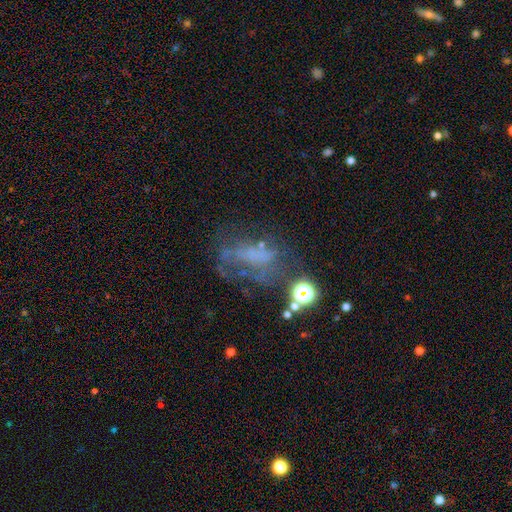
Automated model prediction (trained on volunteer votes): Smooth or featured? featured or disk (46%)
Merging? none (37%)